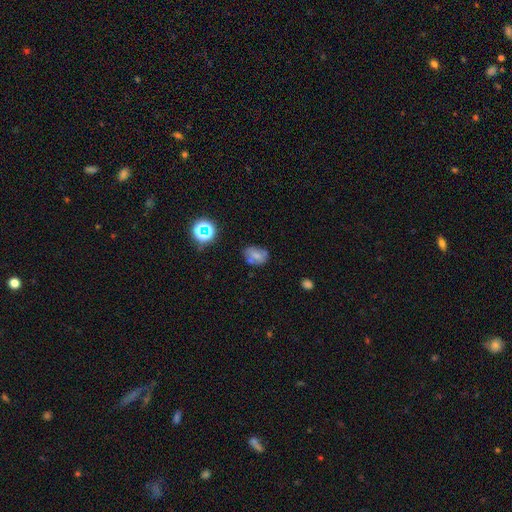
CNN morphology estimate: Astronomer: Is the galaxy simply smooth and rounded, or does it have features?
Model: smooth — 63%.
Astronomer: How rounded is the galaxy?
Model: in between — 75%.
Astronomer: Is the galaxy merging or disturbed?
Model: none — 57%.